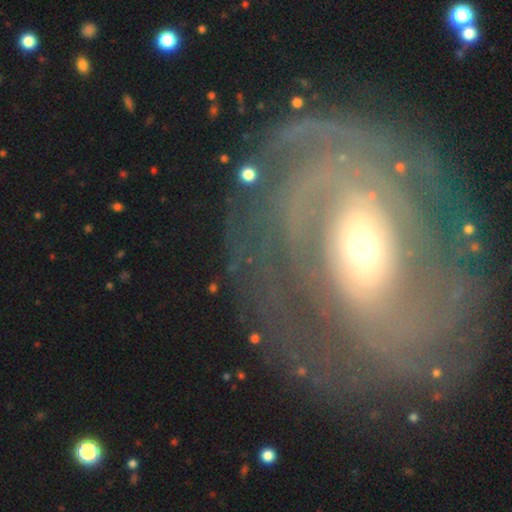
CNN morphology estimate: The model was most divided on "spiral arm count": 2: 34%, can't tell: 31%, 3: 12%, 4: 8%, more than 4: 8%, 1: 7%. Remaining: edge-on disk — no (95%); spiral arms — yes (86%); smooth or featured — featured or disk (83%); merging — none (73%); spiral winding — tight (62%); bulge size — moderate (56%); bar — no (44%).